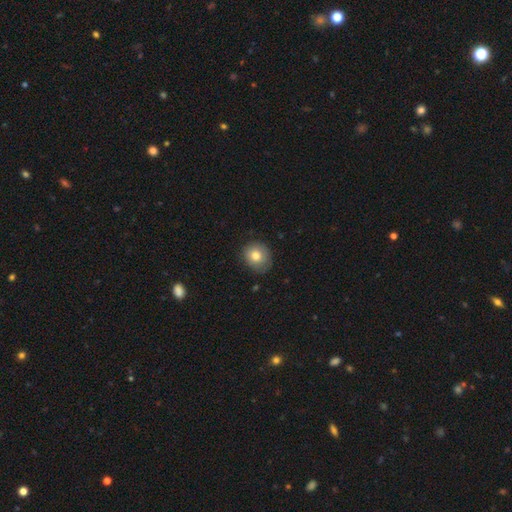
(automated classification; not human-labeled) The model was most divided on "how rounded": round: 74%, in between: 25%, cigar-shaped: 1%. More confident: merging — none (78%); smooth or featured — smooth (77%).